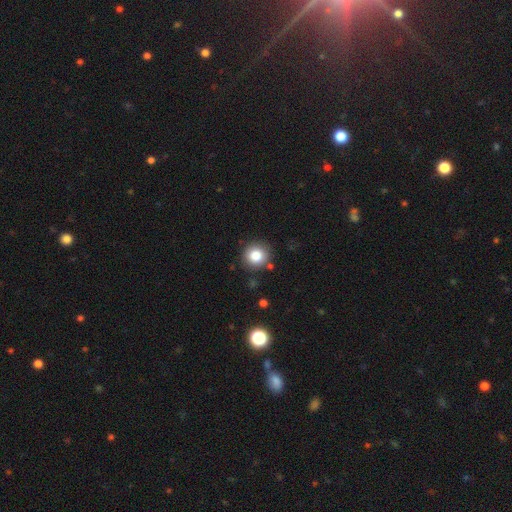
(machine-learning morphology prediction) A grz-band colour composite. It shows a smooth galaxy with no disk features (82%) that is round (92%). Merging: none (87%).